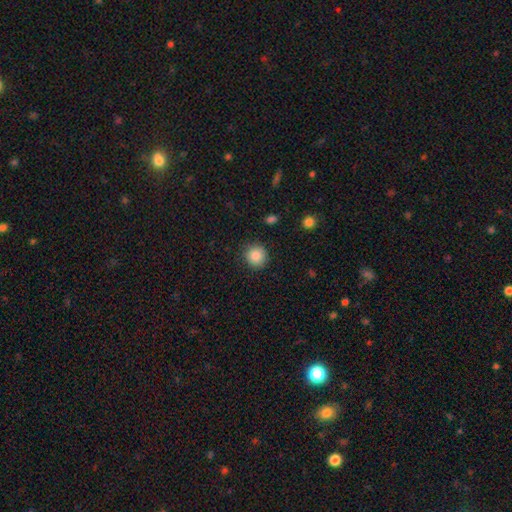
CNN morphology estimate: smooth-or-featured: smooth: 87% | star or artifact: 9% | featured or disk: 4%
  how-rounded: round: 93% | in between: 6% | cigar-shaped: 1%
  merging: none: 89% | minor disturbance: 7% | major disturbance: 2% | merger: 1%